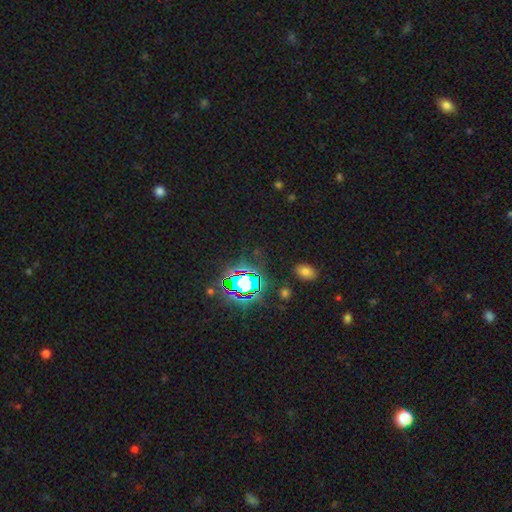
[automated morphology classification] Smooth or featured?
  - star or artifact: 78% *
  - smooth: 14%
  - featured or disk: 8%